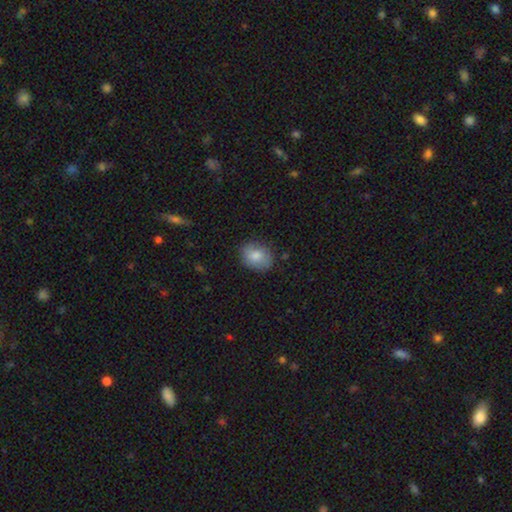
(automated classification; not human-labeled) A smooth galaxy with no disk features (80%) that is in between round and cigar-shaped (54%).

Vote fractions:
- Smooth or featured? smooth: 80% / featured or disk: 12% / star or artifact: 8%
- How rounded? in between: 54% / round: 45% / cigar-shaped: 1%
- Merging? none: 82% / minor disturbance: 14% / major disturbance: 3% / merger: 1%